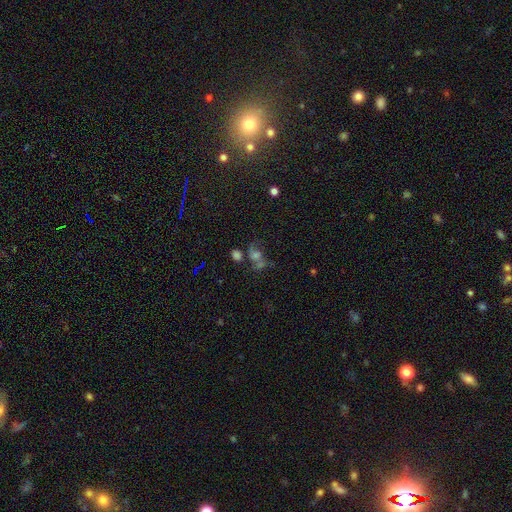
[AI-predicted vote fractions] This is marginally a star or artifact rather than a galaxy (36%).